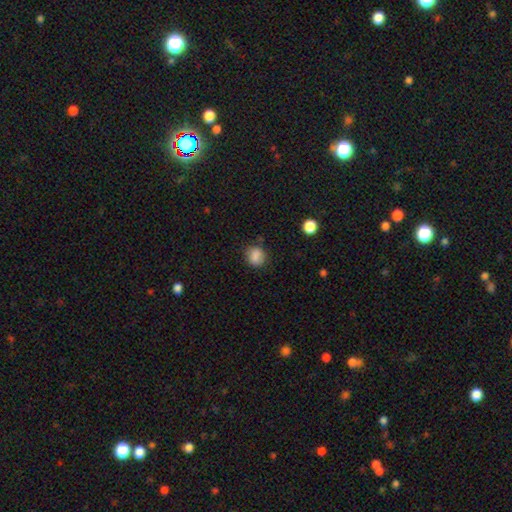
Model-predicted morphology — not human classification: Smooth or featured? smooth (84%)
How rounded? round (66%)
Merging? none (75%)